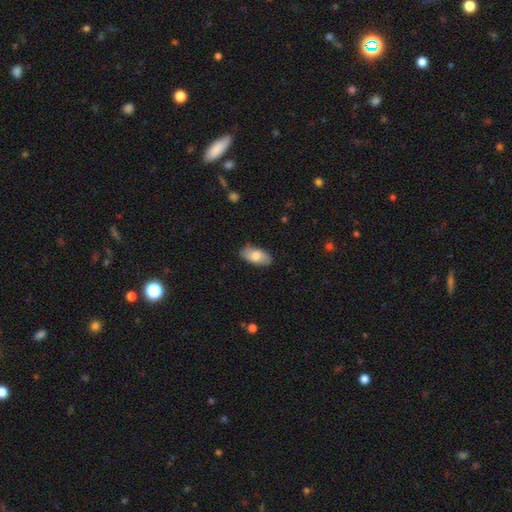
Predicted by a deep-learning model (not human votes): smooth 78%, featured or disk 16%, star or artifact 6%. Down the decision tree: how rounded — in between (93%); merging — none (82%).